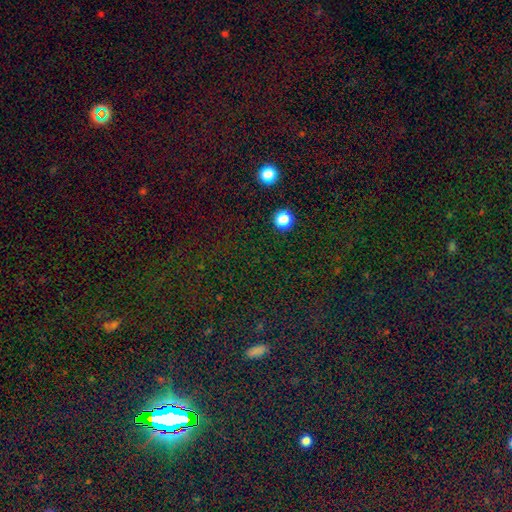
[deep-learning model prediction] This appears to be a star or artifact, not a galaxy (81%).